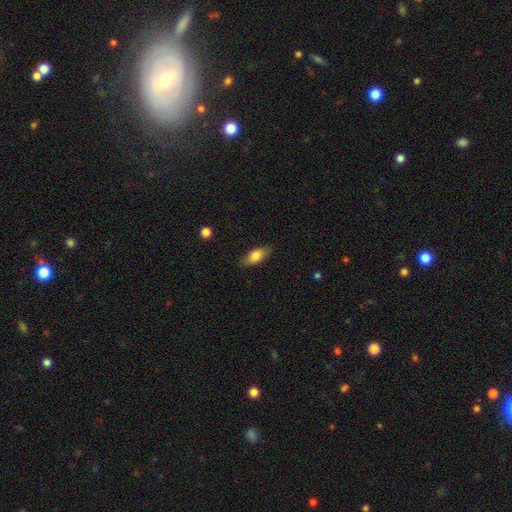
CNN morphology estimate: Smooth or featured? Predicted: smooth (p=0.81). How rounded? Predicted: in between (p=0.82). Merging? Predicted: none (p=0.84).